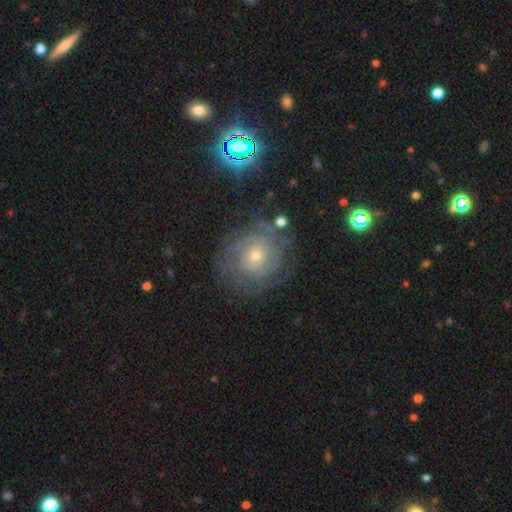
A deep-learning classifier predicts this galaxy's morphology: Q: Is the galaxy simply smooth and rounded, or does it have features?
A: featured or disk — 75%.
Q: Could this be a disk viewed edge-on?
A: no — 97%.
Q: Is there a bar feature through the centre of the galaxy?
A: no — 75%.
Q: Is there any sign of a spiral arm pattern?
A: yes — 89%.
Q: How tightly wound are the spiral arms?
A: tight — 73%.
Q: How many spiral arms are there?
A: can't tell — 51%.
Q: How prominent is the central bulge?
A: small — 58%.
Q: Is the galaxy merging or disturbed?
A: none — 73%.